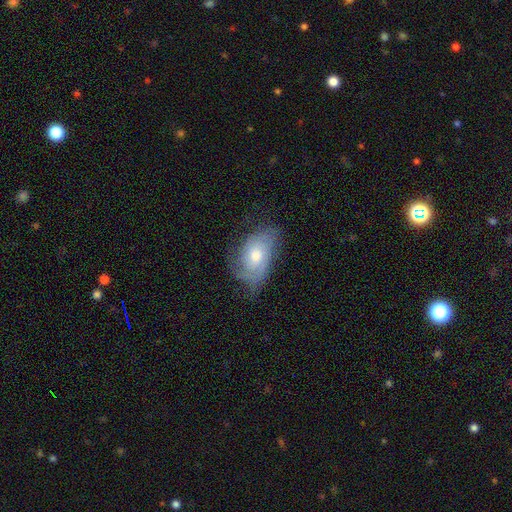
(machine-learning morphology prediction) Q: Smooth or featured?
A: featured or disk (63%); runner-up: smooth (30%)
Q: Edge-on disk?
A: no (94%); runner-up: yes (6%)
Q: Bar?
A: no (78%); runner-up: weak (20%)
Q: Spiral arms?
A: yes (85%); runner-up: no (15%)
Q: Bulge size?
A: moderate (68%); runner-up: small (17%)
Q: Merging?
A: none (59%); runner-up: minor disturbance (27%)